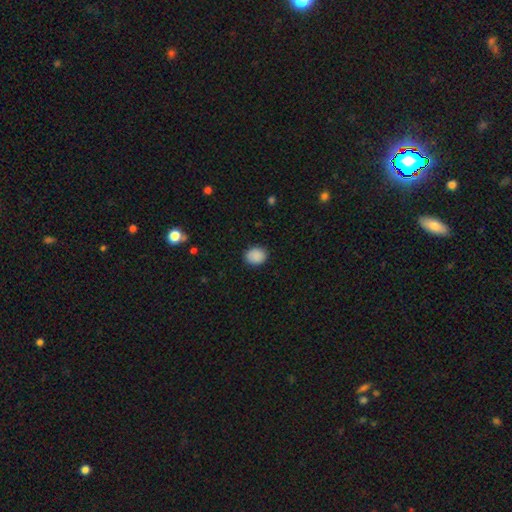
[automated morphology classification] The model was most divided on "how rounded": round: 56%, in between: 43%, cigar-shaped: 1%. More confident: smooth or featured — smooth (89%); merging — none (88%).